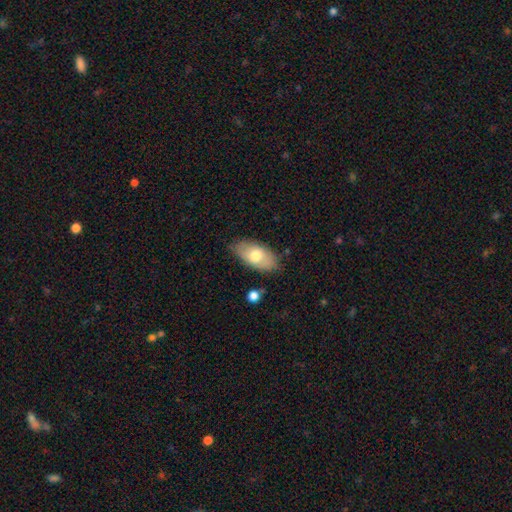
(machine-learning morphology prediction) A smooth galaxy with no disk features (69%) that is in between round and cigar-shaped (93%).

Vote fractions:
- Smooth or featured? smooth: 69% / featured or disk: 25% / star or artifact: 6%
- How rounded? in between: 93% / cigar-shaped: 4% / round: 4%
- Merging? none: 78% / minor disturbance: 17% / major disturbance: 3% / merger: 2%